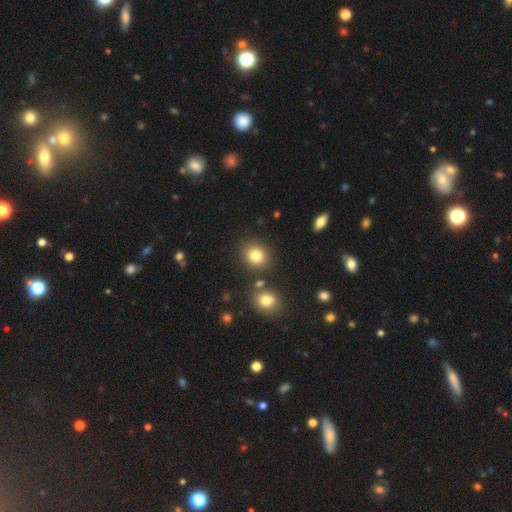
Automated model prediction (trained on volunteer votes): Overall: smooth (81%). How rounded: round (69%; in between 30%). Merging: none (82%).